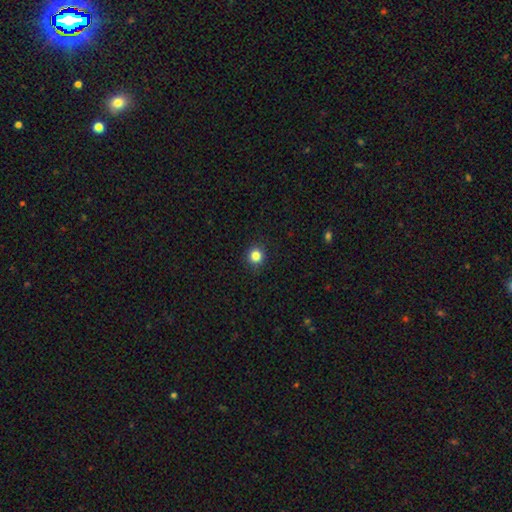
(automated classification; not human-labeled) Q: Smooth or featured?
A: smooth (84%); runner-up: star or artifact (12%)
Q: How rounded?
A: round (91%); runner-up: in between (8%)
Q: Merging?
A: none (91%); runner-up: minor disturbance (6%)